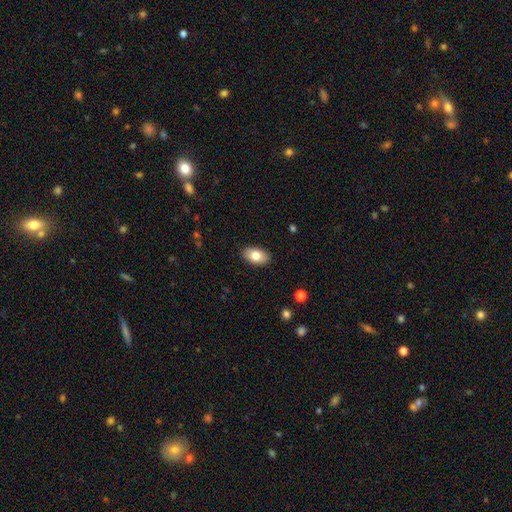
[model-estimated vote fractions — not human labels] Overall: smooth (81%). How rounded: in between (92%). Merging: none (89%).